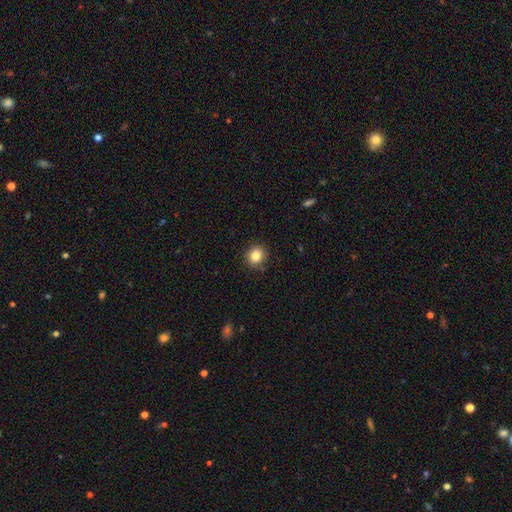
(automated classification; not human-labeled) smooth 84%, star or artifact 11%, featured or disk 5%. Down the decision tree: how rounded — round (82%); merging — none (87%).